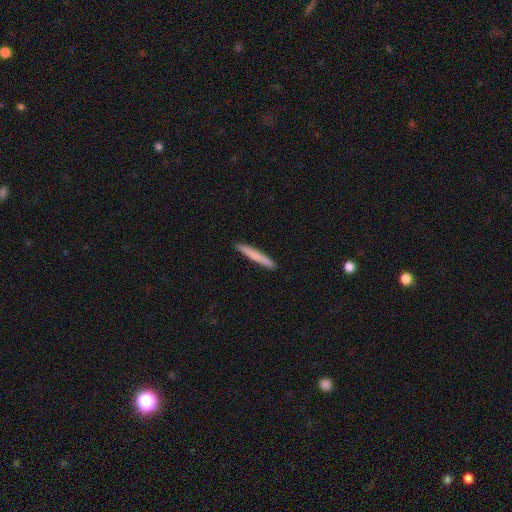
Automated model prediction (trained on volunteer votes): smooth_or_featured: smooth (p=0.76) [alt: featured or disk p=0.19]
how_rounded: cigar-shaped (p=0.96) [alt: in between p=0.02]
merging: none (p=0.93) [alt: minor disturbance p=0.05]